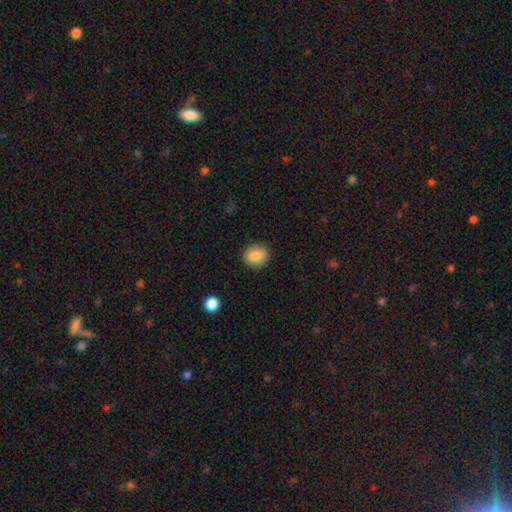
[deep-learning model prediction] This is clearly a smooth galaxy (86%). How rounded: likely round (77%). Merging: clearly none (88%).